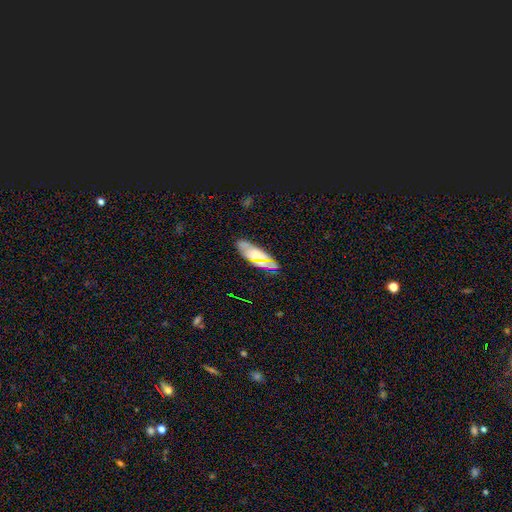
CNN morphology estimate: smooth 50%, featured or disk 36%, star or artifact 15%. Down the decision tree: merging — none (79%).